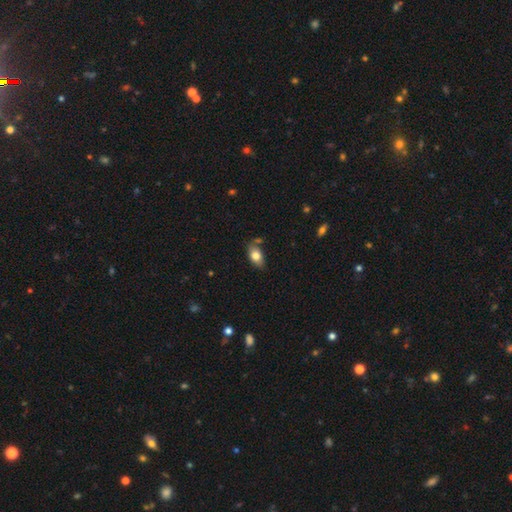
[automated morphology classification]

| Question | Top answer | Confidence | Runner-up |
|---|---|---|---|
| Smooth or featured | smooth | 78% | featured or disk (14%) |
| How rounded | in between | 88% | round (9%) |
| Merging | none | 66% | minor disturbance (21%) |